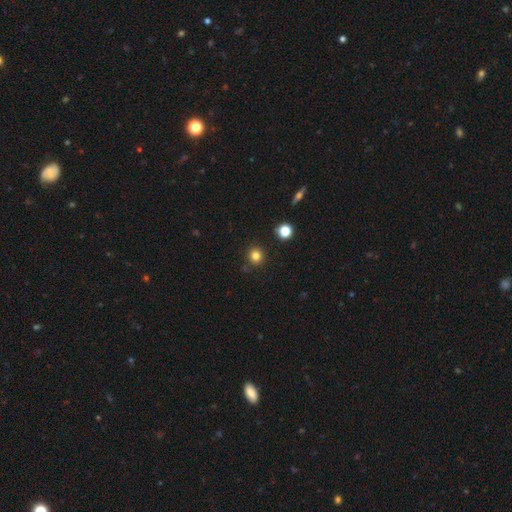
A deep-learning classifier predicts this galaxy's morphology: Smooth or featured? Predicted: smooth (p=0.81). How rounded? Predicted: round (p=0.93). Merging? Predicted: none (p=0.88).